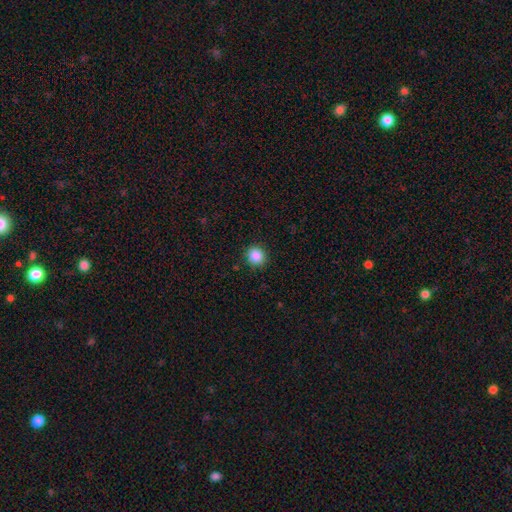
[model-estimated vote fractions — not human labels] Morphology: type=smooth (87%); roundness=round (89%); merging=none (90%).